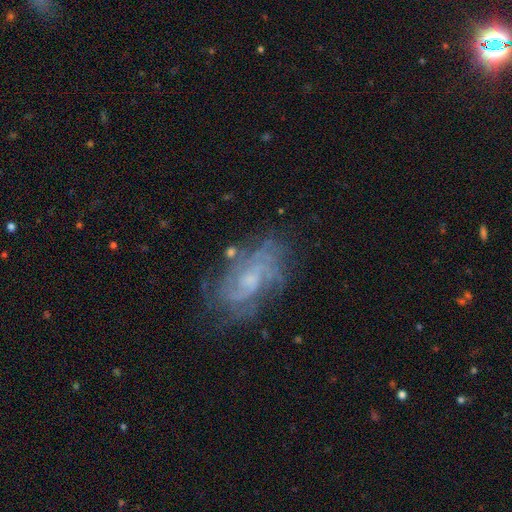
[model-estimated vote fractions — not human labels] A featured or disk galaxy (65%) with no bar (55%), spiral arms (80%) and a small central bulge (47%). Merging: none (70%).